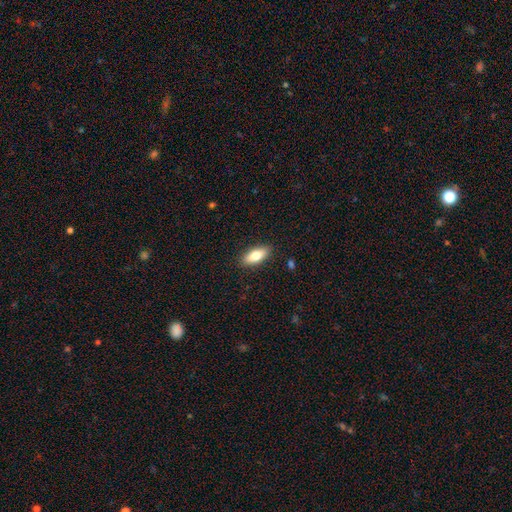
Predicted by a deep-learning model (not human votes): Q: Smooth or featured?
A: smooth (77%); runner-up: featured or disk (16%)
Q: How rounded?
A: in between (81%); runner-up: cigar-shaped (16%)
Q: Merging?
A: none (88%); runner-up: minor disturbance (8%)